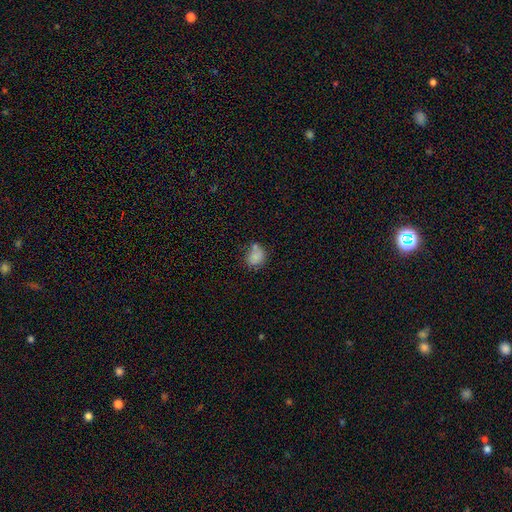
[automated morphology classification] Smooth or featured: smooth — 80% (star or artifact — 11%)
How rounded: round — 55% (in between — 43%)
Merging: none — 55% (minor disturbance — 22%)